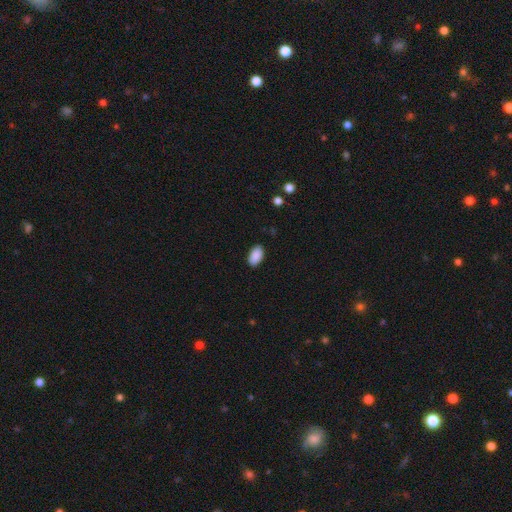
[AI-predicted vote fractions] A smooth galaxy with no disk features (90%) that is in between round and cigar-shaped (95%). Merging: none (88%).